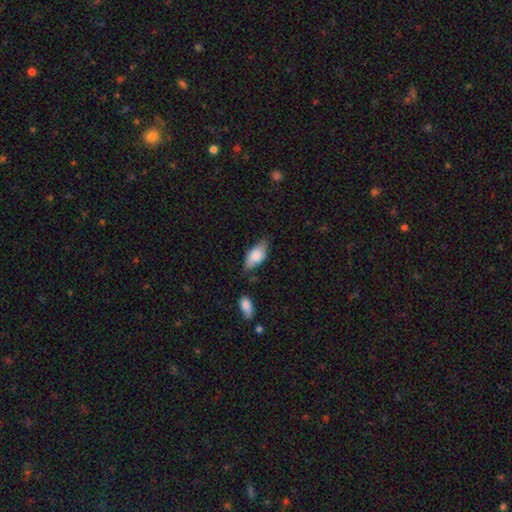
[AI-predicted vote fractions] Smooth or featured: smooth — 78% (featured or disk — 15%)
How rounded: in between — 90% (cigar-shaped — 7%)
Merging: none — 61% (minor disturbance — 27%)